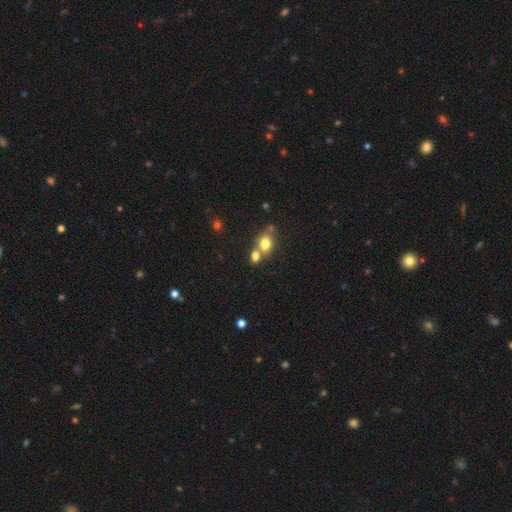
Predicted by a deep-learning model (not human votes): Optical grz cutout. It shows a smooth galaxy with no disk features (77%) that is round (50%). Merging: merger (45%).